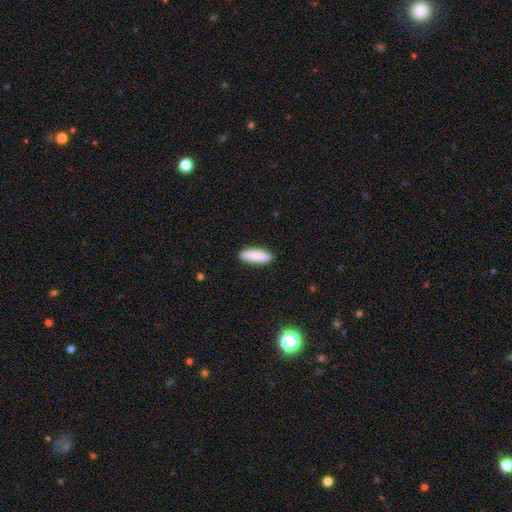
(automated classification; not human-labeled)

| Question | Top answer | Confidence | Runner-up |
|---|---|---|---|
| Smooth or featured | smooth | 89% | featured or disk (6%) |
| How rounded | cigar-shaped | 55% | in between (43%) |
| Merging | none | 89% | minor disturbance (8%) |